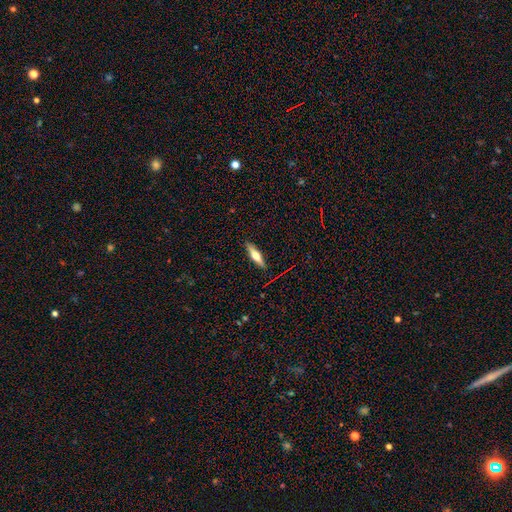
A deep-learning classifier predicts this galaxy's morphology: Overall: featured or disk (50%; smooth 44%). Merging: none (88%).